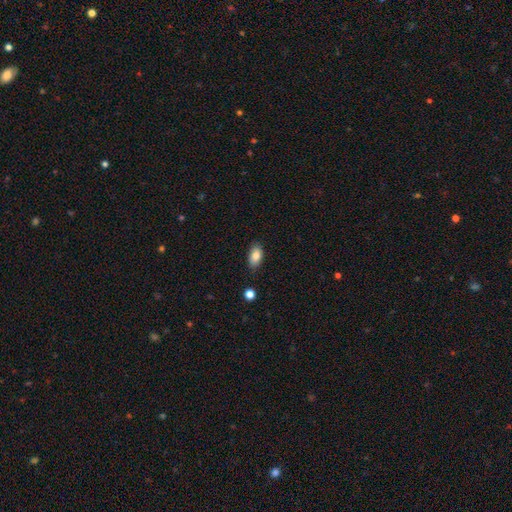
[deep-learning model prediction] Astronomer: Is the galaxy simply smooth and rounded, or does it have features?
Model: smooth — 84%.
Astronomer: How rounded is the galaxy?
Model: in between — 91%.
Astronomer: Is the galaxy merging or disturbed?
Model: none — 82%.